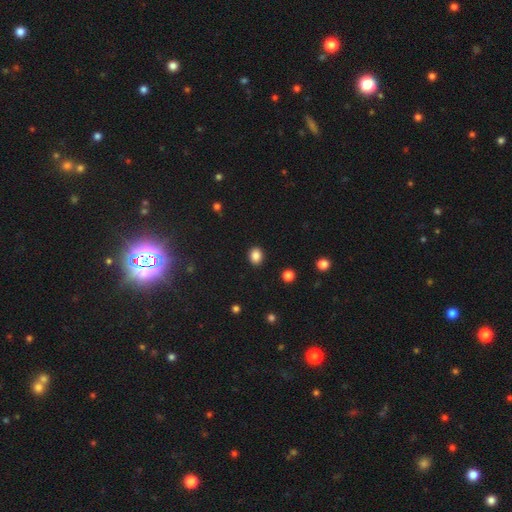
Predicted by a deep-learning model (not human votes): Overall: smooth (87%). How rounded: in between (53%; round 46%). Merging: none (91%).